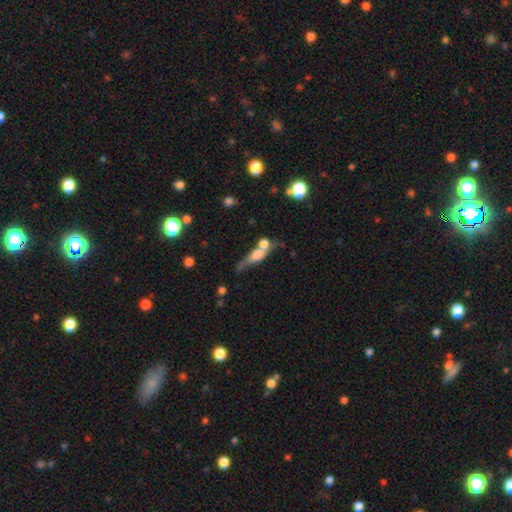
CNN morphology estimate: smooth 48%, featured or disk 40%, star or artifact 12%. Down the decision tree: merging — merger (41%).